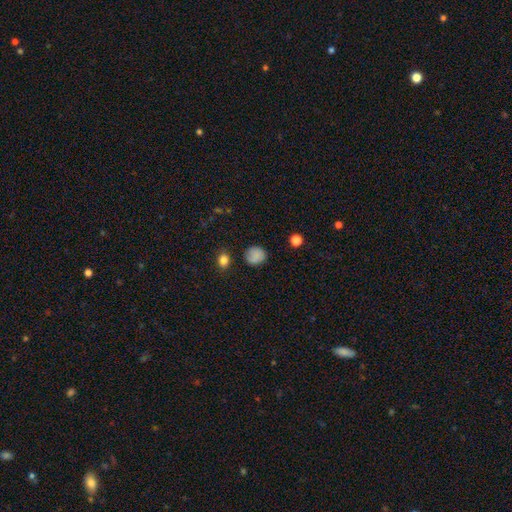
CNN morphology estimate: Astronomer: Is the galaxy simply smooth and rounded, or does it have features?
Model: smooth — 81%.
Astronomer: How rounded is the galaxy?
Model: round — 85%.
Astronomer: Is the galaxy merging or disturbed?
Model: none — 78%.